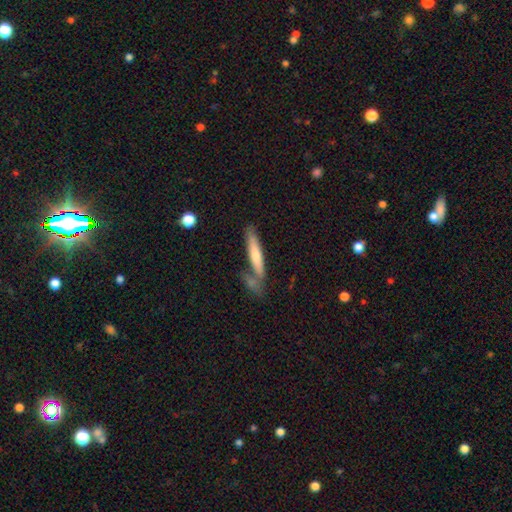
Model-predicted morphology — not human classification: smooth-or-featured: smooth: 67% | featured or disk: 28% | star or artifact: 5%
  how-rounded: cigar-shaped: 89% | in between: 9% | round: 1%
  merging: none: 62% | merger: 19% | minor disturbance: 14% | major disturbance: 5%